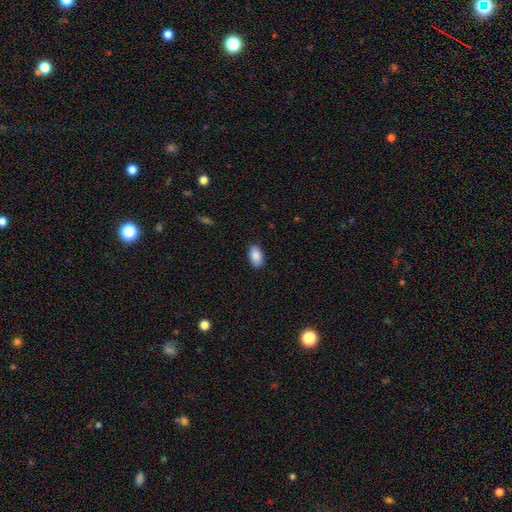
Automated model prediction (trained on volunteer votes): smooth-or-featured: smooth: 89% | star or artifact: 7% | featured or disk: 4%
  how-rounded: in between: 94% | round: 4% | cigar-shaped: 2%
  merging: none: 88% | minor disturbance: 9% | major disturbance: 2% | merger: 1%